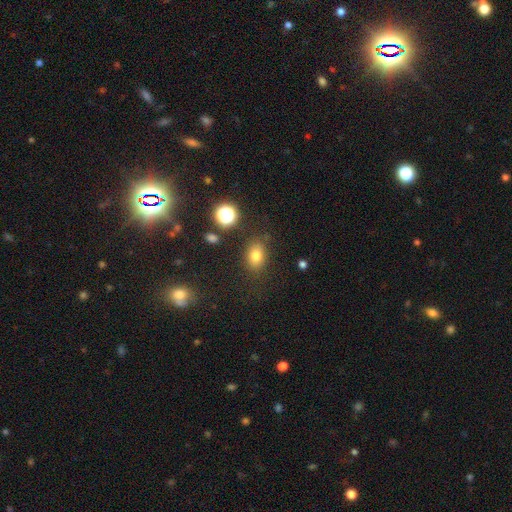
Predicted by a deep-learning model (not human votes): smooth 76%, star or artifact 15%, featured or disk 9%. Down the decision tree: how rounded — in between (71%); merging — none (80%).